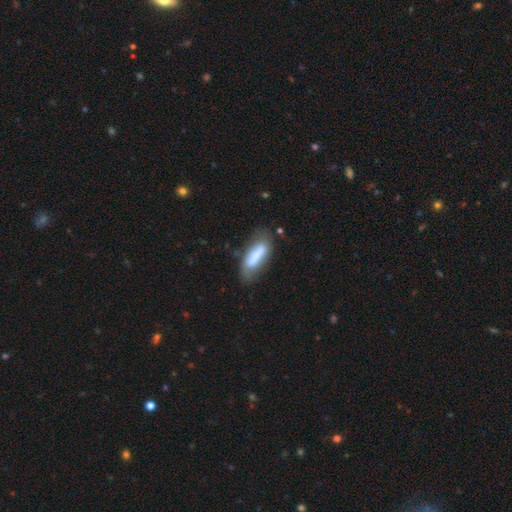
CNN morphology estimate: This appears to be a smooth galaxy with no disk features (65%) that is in between round and cigar-shaped (56%). Merging: none (54%).